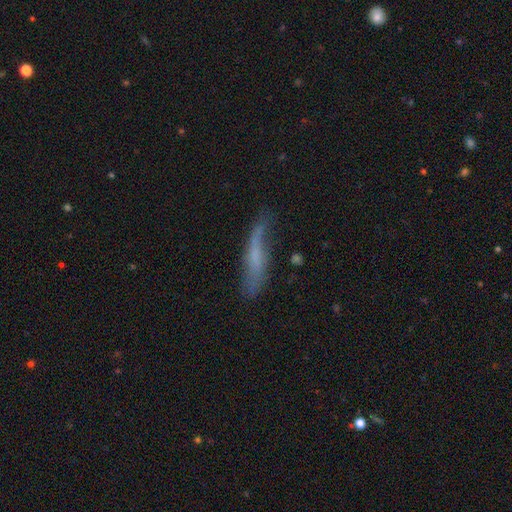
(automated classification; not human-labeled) Smooth or featured: featured or disk — 45% (tied with smooth — 45%)
Merging: none — 55% (minor disturbance — 29%)